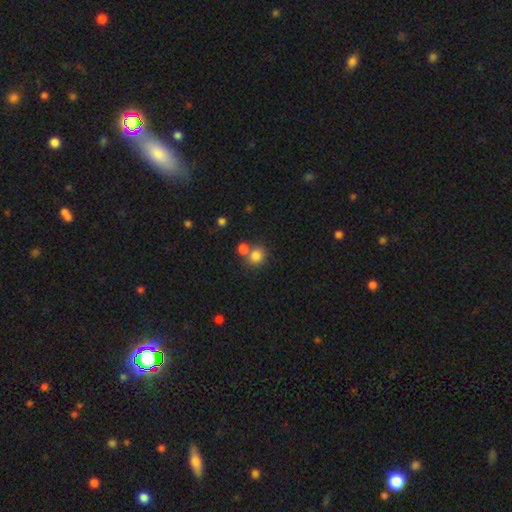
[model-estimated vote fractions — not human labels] This appears to be a smooth galaxy with no disk features (82%) that is round (83%). Merging: none (54%).